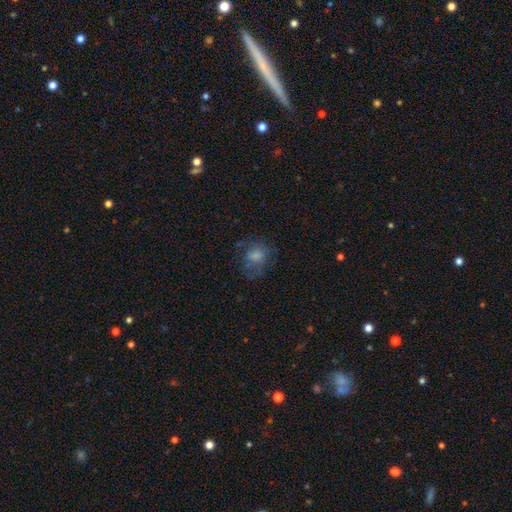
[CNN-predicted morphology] smooth-or-featured: smooth: 67% | featured or disk: 21% | star or artifact: 12%
  how-rounded: round: 59% | in between: 40% | cigar-shaped: 1%
  merging: none: 54% | minor disturbance: 23% | major disturbance: 21% | merger: 2%